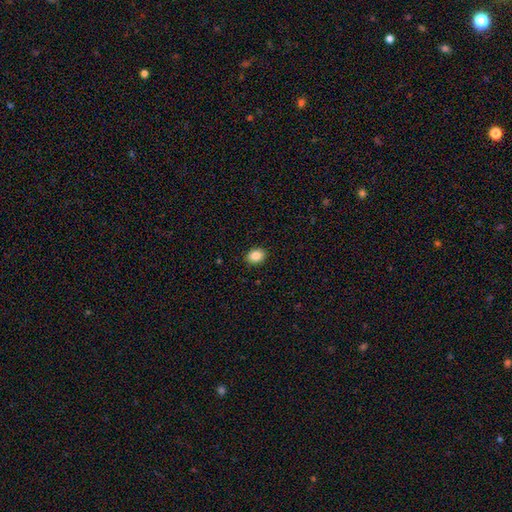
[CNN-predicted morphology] Smooth or featured: smooth — 87% (star or artifact — 9%)
How rounded: in between — 59% (round — 40%)
Merging: none — 90% (minor disturbance — 7%)